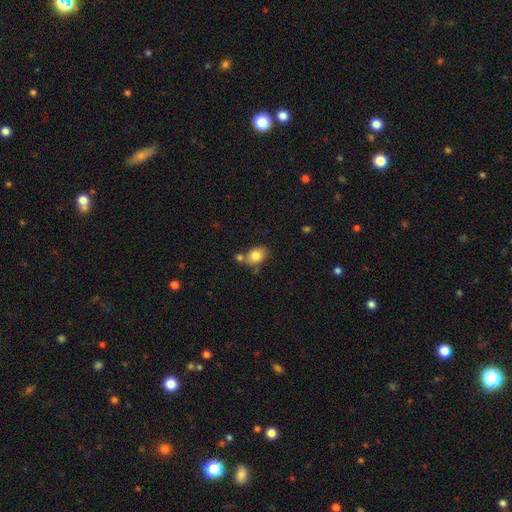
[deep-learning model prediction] smooth 81%, featured or disk 10%, star or artifact 9%. Down the decision tree: how rounded — in between (64%); merging — none (55%).